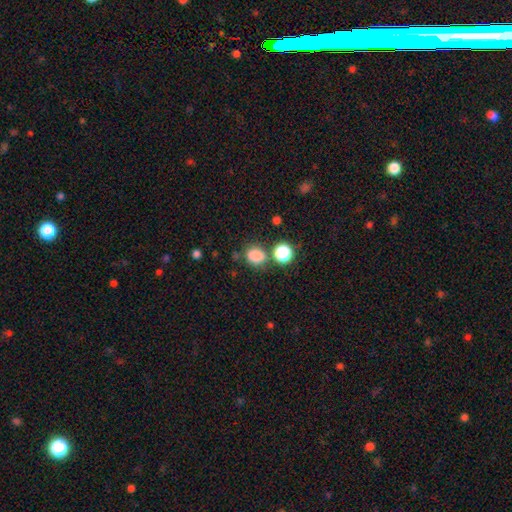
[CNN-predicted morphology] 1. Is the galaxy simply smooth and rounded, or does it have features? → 82% smooth, 13% star or artifact, 5% featured or disk.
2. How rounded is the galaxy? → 50% round, 49% in between, 1% cigar-shaped.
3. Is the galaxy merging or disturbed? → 68% none, 14% minor disturbance, 13% merger, 5% major disturbance.